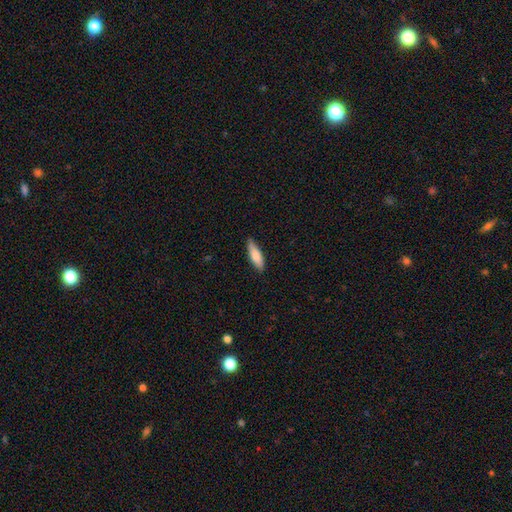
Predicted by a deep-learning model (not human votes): Morphology: type=smooth (79%); roundness=cigar-shaped (52%); merging=none (83%).